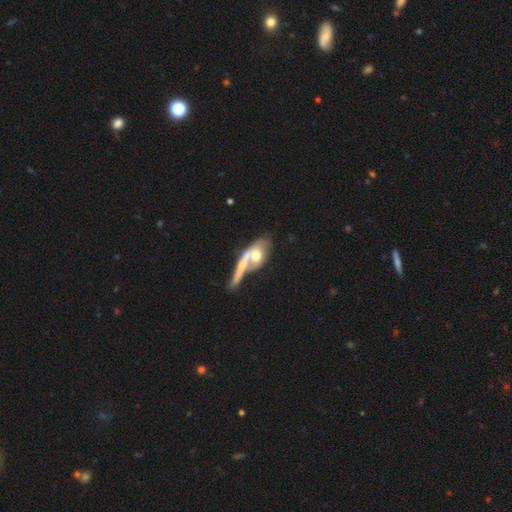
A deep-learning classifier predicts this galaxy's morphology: Smooth or featured? Predicted: smooth (p=0.50). Merging? Predicted: merger (p=0.61).